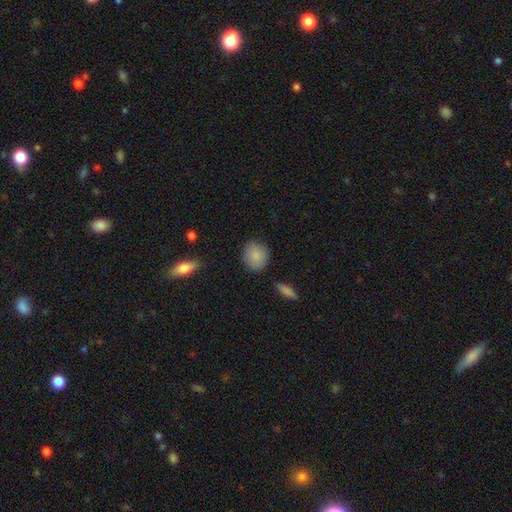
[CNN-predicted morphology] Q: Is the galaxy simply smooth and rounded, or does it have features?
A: smooth — 86%.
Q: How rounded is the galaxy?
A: round — 66%.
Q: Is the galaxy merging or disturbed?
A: none — 83%.